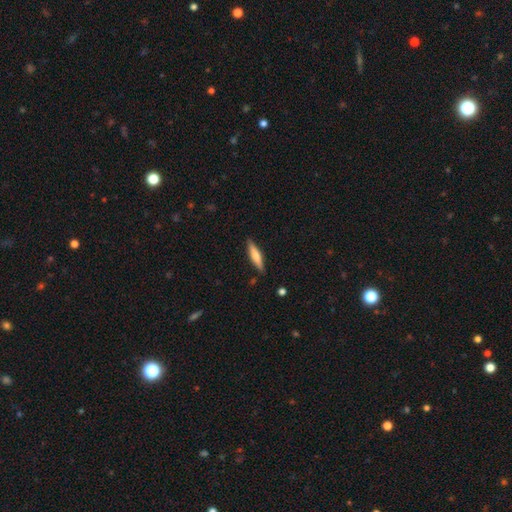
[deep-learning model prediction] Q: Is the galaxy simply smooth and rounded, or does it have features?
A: smooth — 62%.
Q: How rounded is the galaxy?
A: cigar-shaped — 79%.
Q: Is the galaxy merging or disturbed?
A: none — 87%.